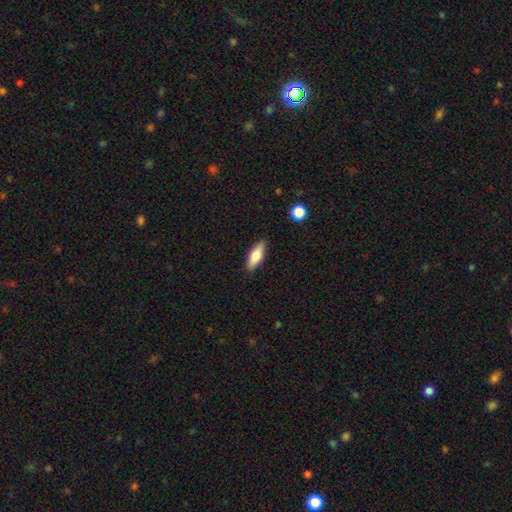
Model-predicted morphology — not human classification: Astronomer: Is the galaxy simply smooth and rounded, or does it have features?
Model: smooth — 72%.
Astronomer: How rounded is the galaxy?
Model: in between — 68%.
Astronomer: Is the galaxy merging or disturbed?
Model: none — 87%.